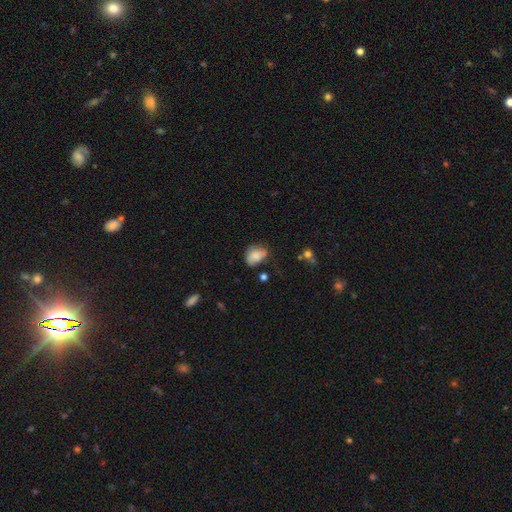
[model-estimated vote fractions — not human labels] Morphology: type=smooth (80%); roundness=in between (66%); merging=none (45%).